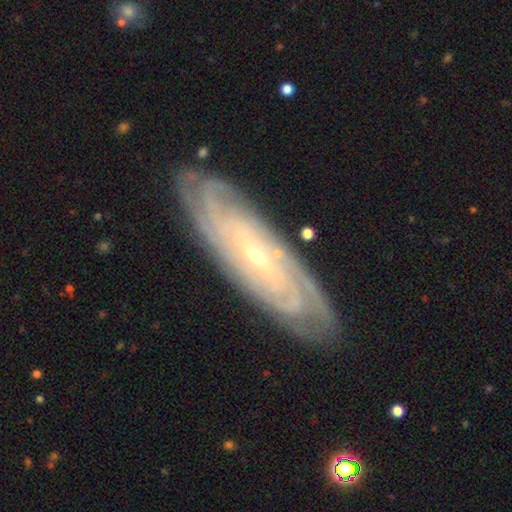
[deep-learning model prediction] Smooth or featured? featured or disk (86%)
Edge-on disk? no (85%)
Bar? no (47%)
Spiral arms? yes (97%)
Spiral winding? tight (81%)
Spiral arm count? can't tell (36%)
Bulge size? small (78%)
Merging? none (84%)